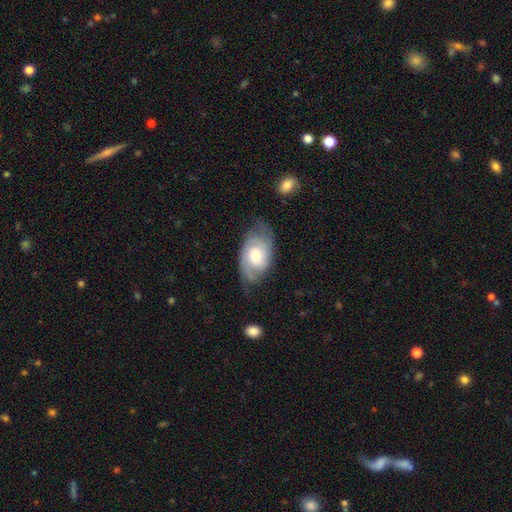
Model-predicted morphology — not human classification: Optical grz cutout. It shows a featured or disk galaxy (70%) with no bar (69%), 2 (63%) tight (42%) spiral arms (92%) and a moderate central bulge (53%). Merging: none (65%).